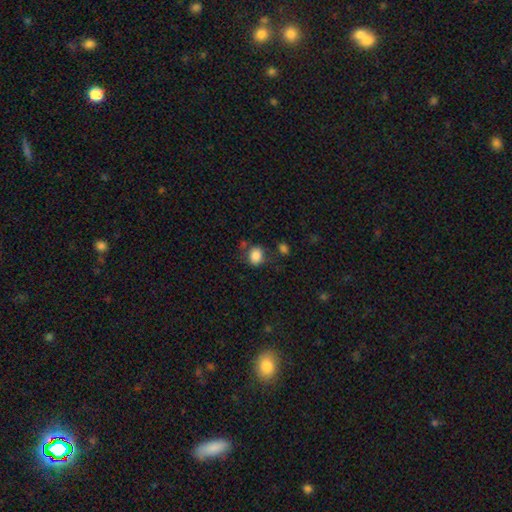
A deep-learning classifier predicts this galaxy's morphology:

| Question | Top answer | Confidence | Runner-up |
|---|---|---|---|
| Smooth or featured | smooth | 84% | star or artifact (10%) |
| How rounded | round | 56% | in between (43%) |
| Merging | none | 64% | minor disturbance (19%) |